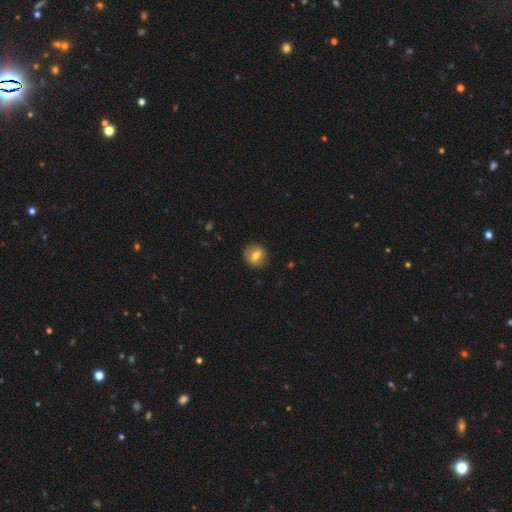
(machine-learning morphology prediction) This is likely a smooth galaxy (71%). How rounded: clearly round (84%). Merging: clearly none (86%).